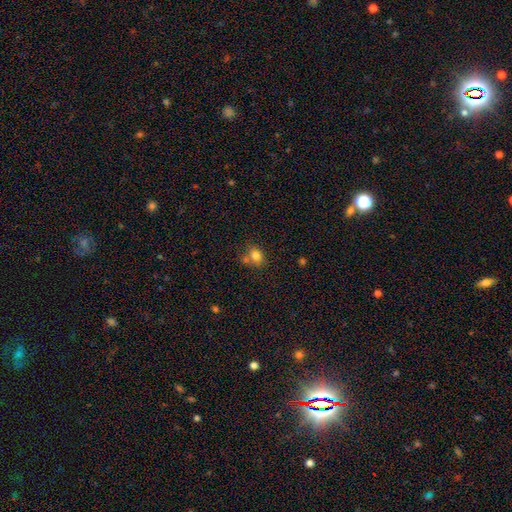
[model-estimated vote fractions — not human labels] Smooth or featured?
  - smooth: 79% *
  - star or artifact: 12%
  - featured or disk: 9%
How rounded?
  - round: 60% *
  - in between: 39%
  - cigar-shaped: 1%
Merging?
  - none: 54% *
  - merger: 24%
  - minor disturbance: 16%
  - major disturbance: 5%